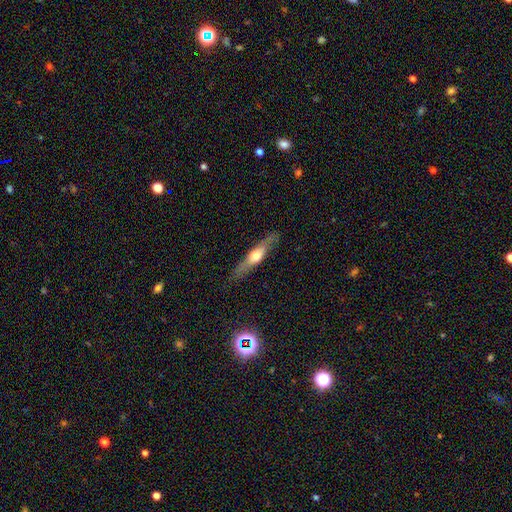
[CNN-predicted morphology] type=featured or disk (57%); edge-on=yes (86%); merging=none (82%).